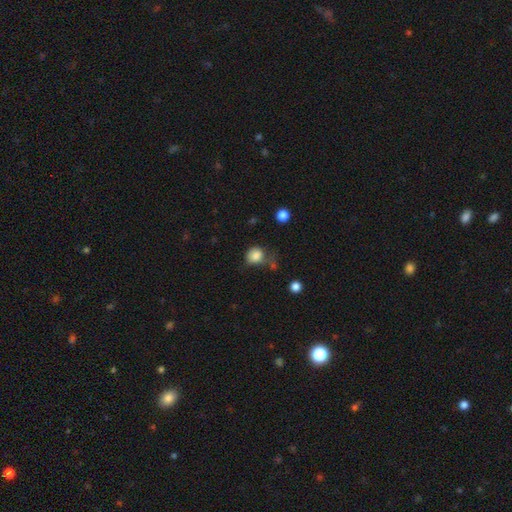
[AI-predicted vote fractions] The model was most divided on "merging": none: 49%, minor disturbance: 28%, major disturbance: 14%, merger: 9%. More confident: smooth or featured — smooth (83%); how rounded — round (70%).